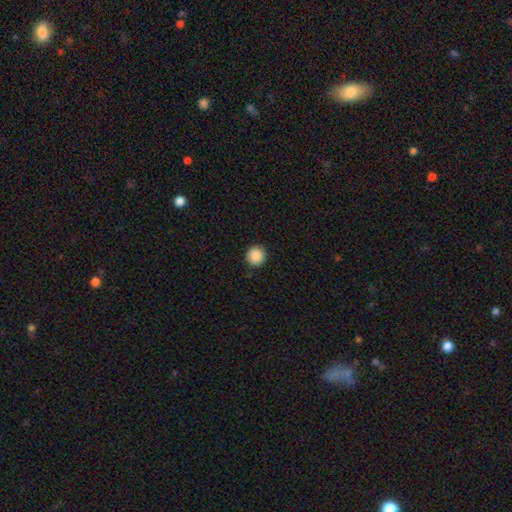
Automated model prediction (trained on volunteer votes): Morphology: type=smooth (89%); roundness=round (95%); merging=none (92%).